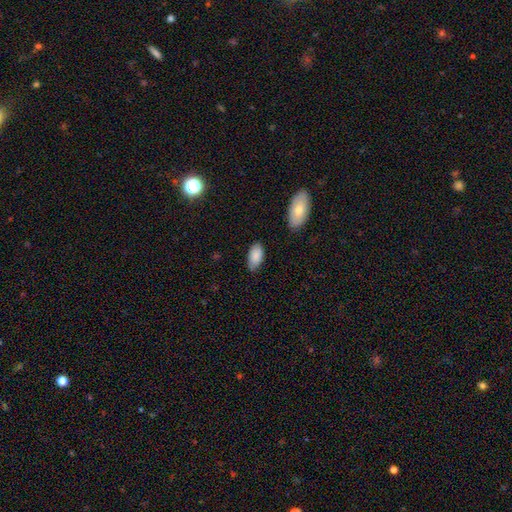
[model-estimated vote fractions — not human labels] smooth-or-featured: smooth: 87% | featured or disk: 7% | star or artifact: 6%
  how-rounded: in between: 94% | cigar-shaped: 3% | round: 3%
  merging: none: 74% | minor disturbance: 21% | major disturbance: 3% | merger: 2%